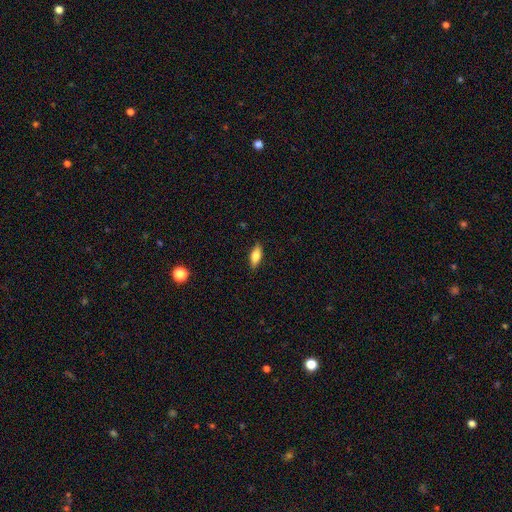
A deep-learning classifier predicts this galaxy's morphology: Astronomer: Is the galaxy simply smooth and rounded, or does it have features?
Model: smooth — 75%.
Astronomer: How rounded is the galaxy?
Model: in between — 76%.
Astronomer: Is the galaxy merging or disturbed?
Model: none — 86%.